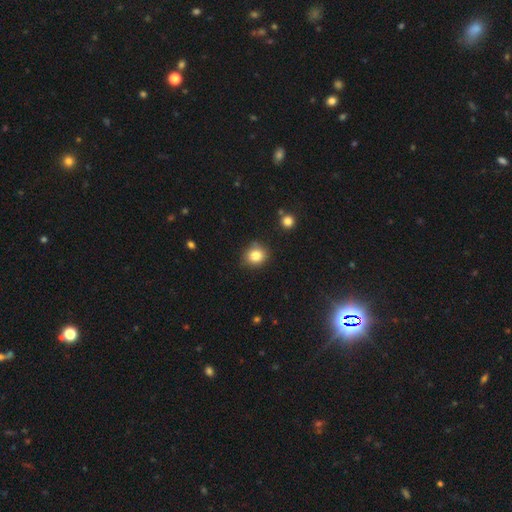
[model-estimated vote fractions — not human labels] The model was most divided on "how rounded": round: 80%, in between: 19%, cigar-shaped: 1%. More confident: smooth or featured — smooth (83%); merging — none (81%).